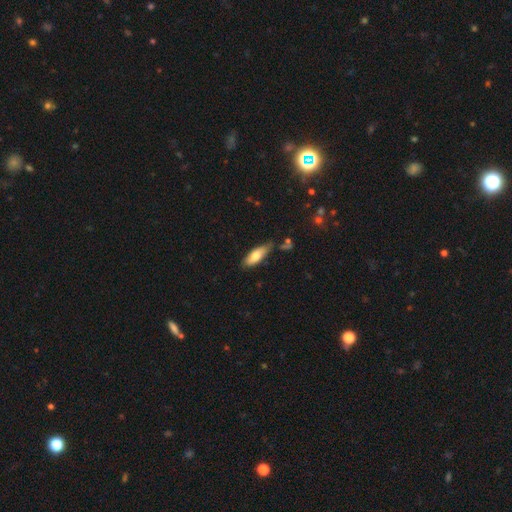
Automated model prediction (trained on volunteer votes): smooth-or-featured: smooth: 76% | featured or disk: 18% | star or artifact: 6%
  how-rounded: in between: 66% | cigar-shaped: 32% | round: 2%
  merging: none: 61% | minor disturbance: 28% | major disturbance: 6% | merger: 5%